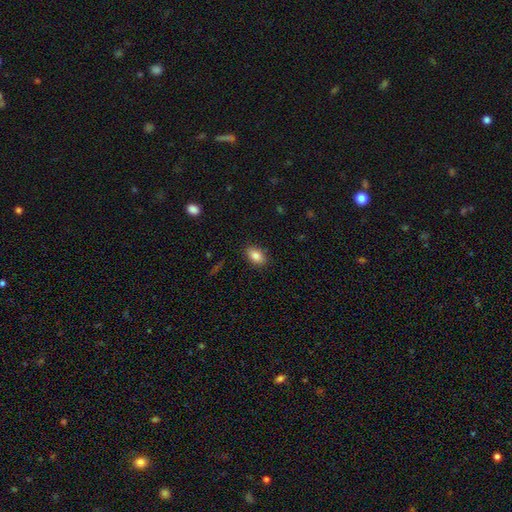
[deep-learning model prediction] Morphology: type=smooth (84%); roundness=in between (88%); merging=none (87%).